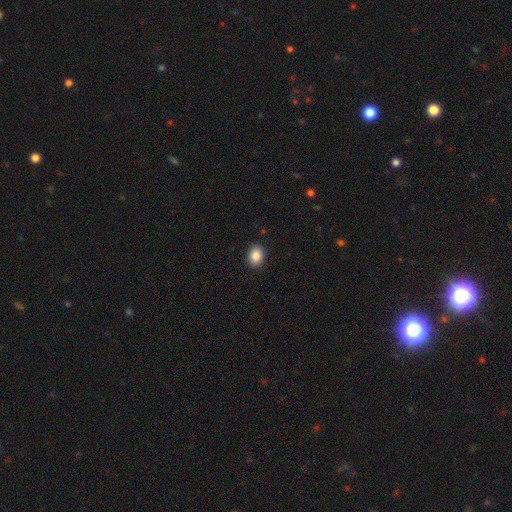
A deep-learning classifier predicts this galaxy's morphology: smooth 88%, star or artifact 9%, featured or disk 3%. Down the decision tree: how rounded — in between (60%); merging — none (90%).